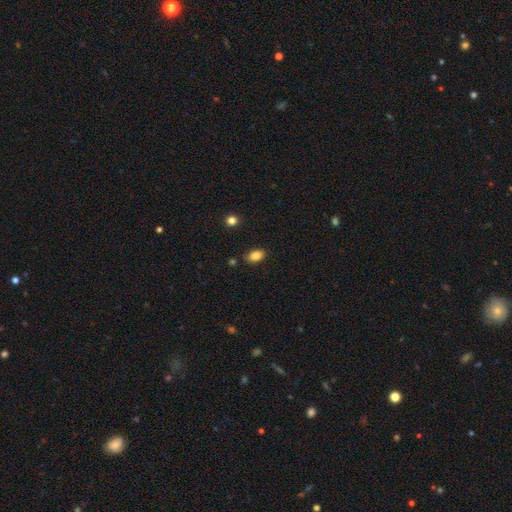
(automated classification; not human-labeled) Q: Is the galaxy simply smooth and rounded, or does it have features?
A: smooth — 86%.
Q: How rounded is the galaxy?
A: in between — 89%.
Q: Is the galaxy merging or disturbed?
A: none — 83%.